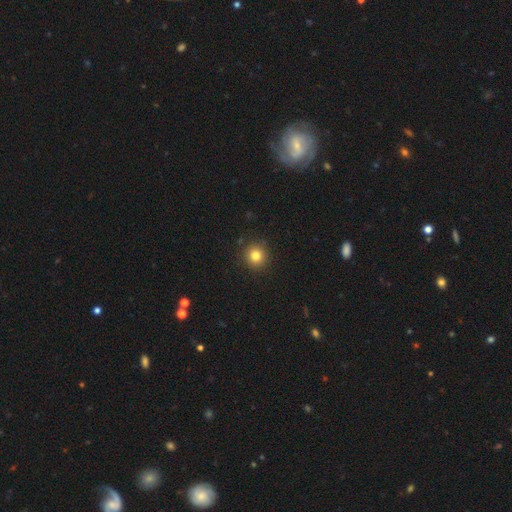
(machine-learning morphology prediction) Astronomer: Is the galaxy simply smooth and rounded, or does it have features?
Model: smooth — 81%.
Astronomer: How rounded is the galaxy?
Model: round — 93%.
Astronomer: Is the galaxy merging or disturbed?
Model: none — 91%.